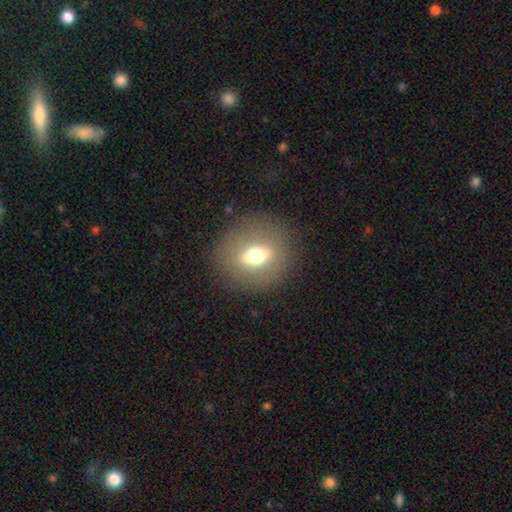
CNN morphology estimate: A smooth galaxy with no disk features (51%) that is round (69%). Merging: none (86%).